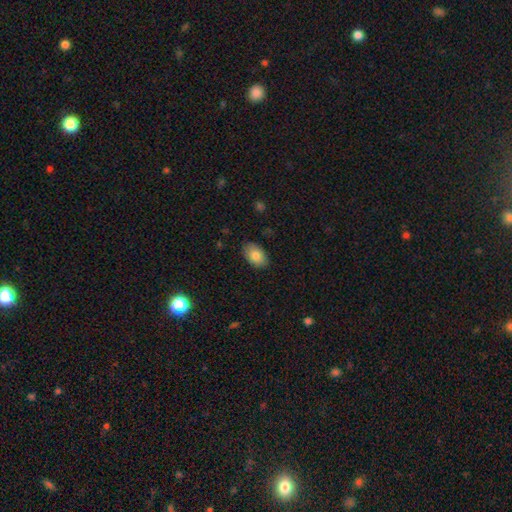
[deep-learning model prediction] A smooth galaxy with no disk features (81%) that is in between round and cigar-shaped (89%).

Vote fractions:
- Smooth or featured? smooth: 81% / featured or disk: 12% / star or artifact: 7%
- How rounded? in between: 89% / round: 10% / cigar-shaped: 1%
- Merging? none: 84% / minor disturbance: 13% / major disturbance: 2% / merger: 1%